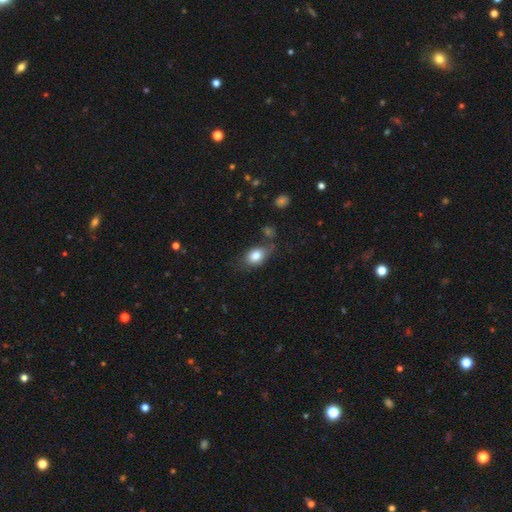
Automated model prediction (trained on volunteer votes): This is clearly a smooth galaxy (81%). How rounded: likely in between (79%). Merging: possibly none (58%).